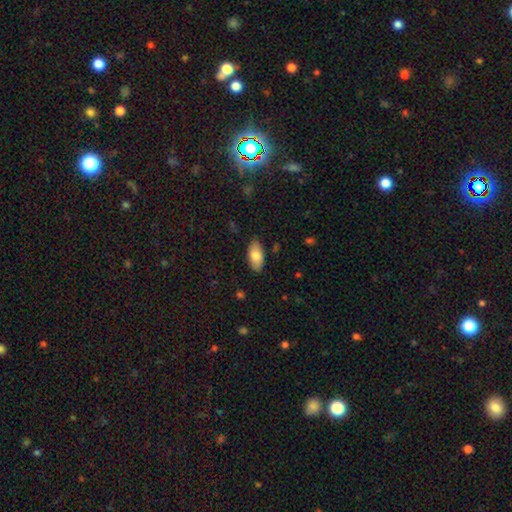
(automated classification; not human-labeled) This appears to be a smooth galaxy with no disk features (80%) that is in between round and cigar-shaped (93%). Merging: none (86%).